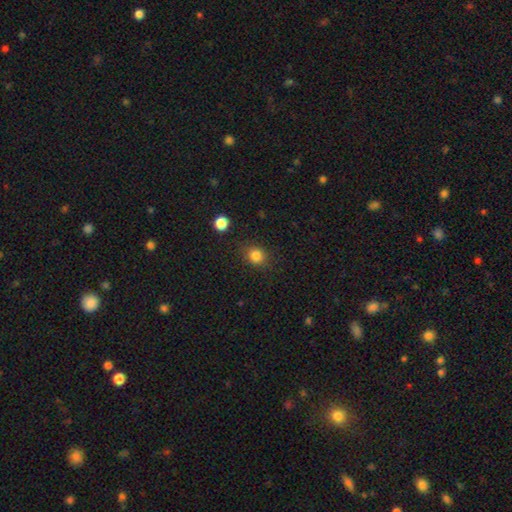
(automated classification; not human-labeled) This appears to be a smooth galaxy with no disk features (84%) that is round (77%). Merging: none (84%).